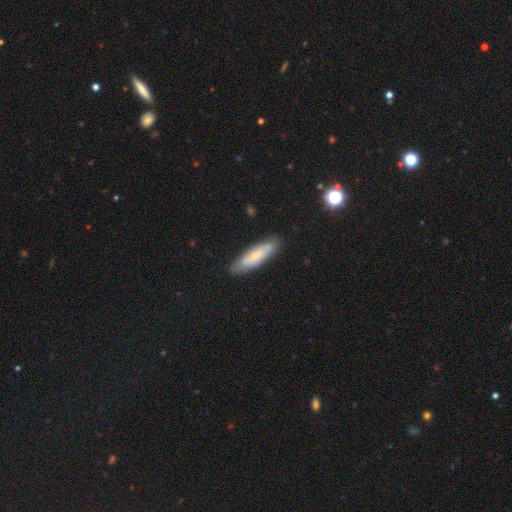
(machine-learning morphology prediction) Q: Smooth or featured?
A: smooth (62%); runner-up: featured or disk (32%)
Q: How rounded?
A: cigar-shaped (66%); runner-up: in between (32%)
Q: Merging?
A: none (84%); runner-up: minor disturbance (13%)